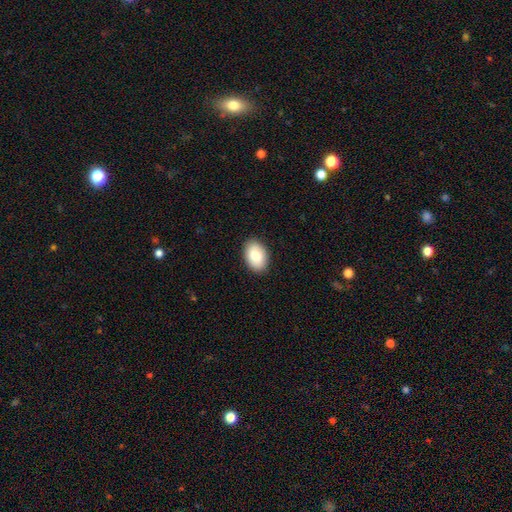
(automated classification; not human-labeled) Smooth or featured?
  - smooth: 81% *
  - featured or disk: 12%
  - star or artifact: 7%
How rounded?
  - in between: 87% *
  - round: 12%
  - cigar-shaped: 1%
Merging?
  - none: 89% *
  - minor disturbance: 8%
  - major disturbance: 2%
  - merger: 1%